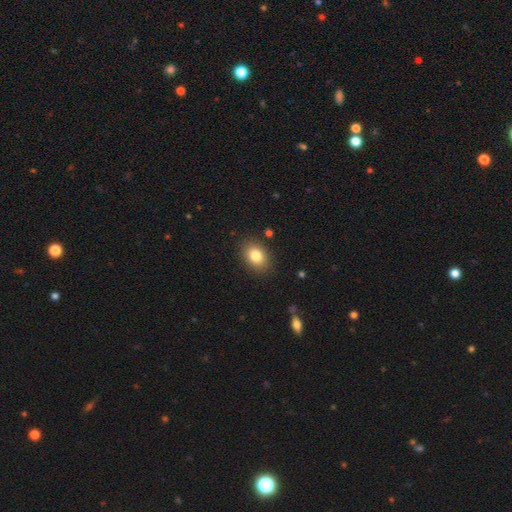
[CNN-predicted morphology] Smooth or featured? smooth (83%)
How rounded? in between (72%)
Merging? none (87%)